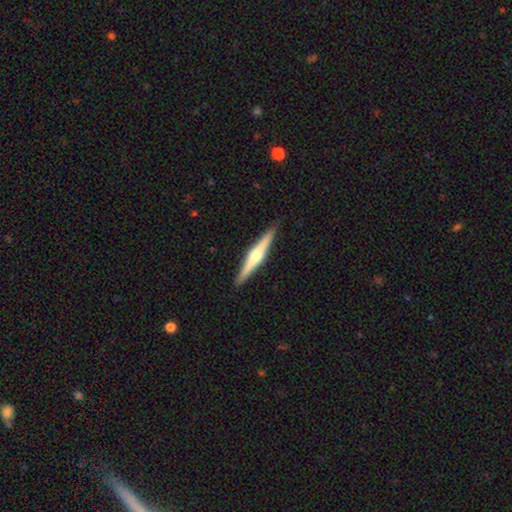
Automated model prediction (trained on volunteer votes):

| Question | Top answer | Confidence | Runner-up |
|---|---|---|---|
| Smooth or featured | featured or disk | 66% | smooth (29%) |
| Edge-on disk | yes | 98% | no (2%) |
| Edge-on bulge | rounded | 79% | boxy (12%) |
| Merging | none | 91% | minor disturbance (6%) |